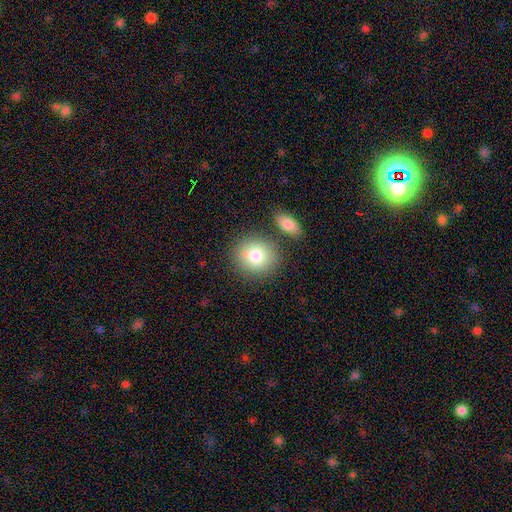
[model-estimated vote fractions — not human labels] Smooth or featured? Predicted: smooth (p=0.79). How rounded? Predicted: round (p=0.77). Merging? Predicted: none (p=0.75).